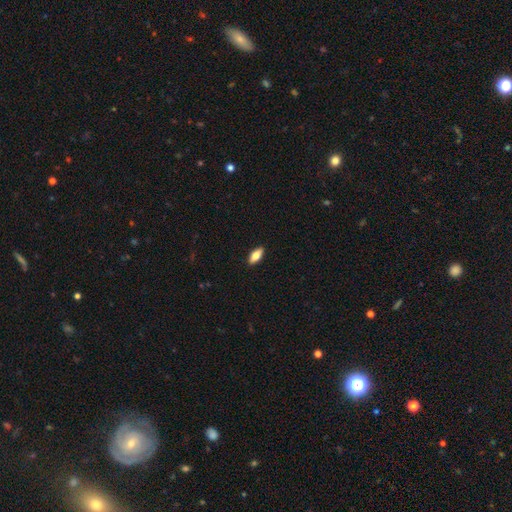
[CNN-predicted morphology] type=smooth (71%); roundness=in between (79%); merging=none (90%).